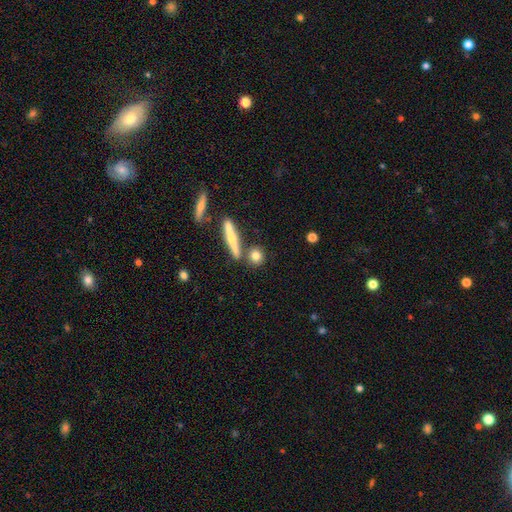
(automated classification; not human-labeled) Q: Smooth or featured?
A: smooth (75%); runner-up: featured or disk (16%)
Q: How rounded?
A: round (74%); runner-up: in between (15%)
Q: Merging?
A: none (75%); runner-up: merger (13%)